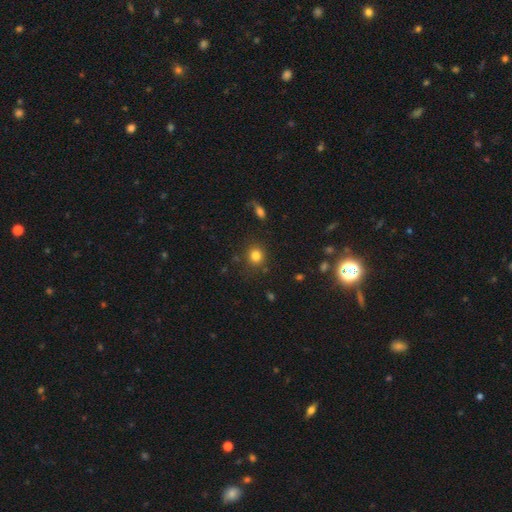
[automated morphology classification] Smooth or featured: smooth — 82% (star or artifact — 12%)
How rounded: round — 86% (in between — 13%)
Merging: none — 85% (minor disturbance — 8%)